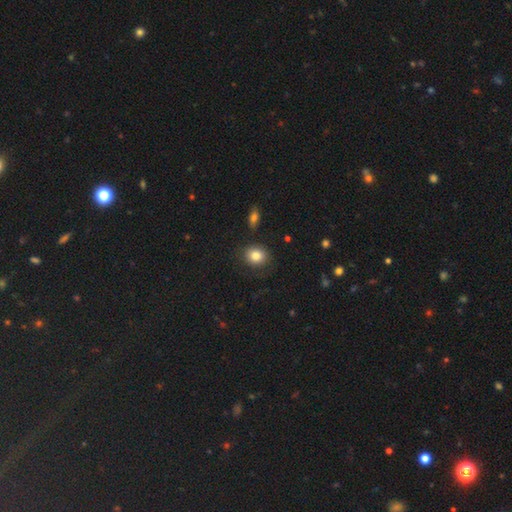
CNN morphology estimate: smooth 84%, star or artifact 9%, featured or disk 7%. Down the decision tree: how rounded — round (65%); merging — none (83%).